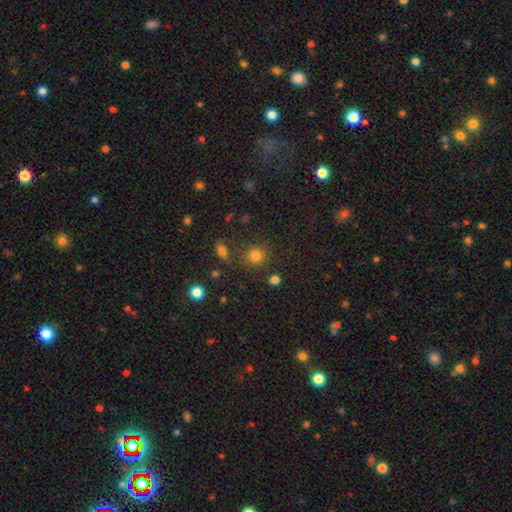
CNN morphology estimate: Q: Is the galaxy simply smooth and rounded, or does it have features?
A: smooth — 78%.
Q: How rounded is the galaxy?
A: round — 87%.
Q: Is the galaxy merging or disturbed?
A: none — 78%.